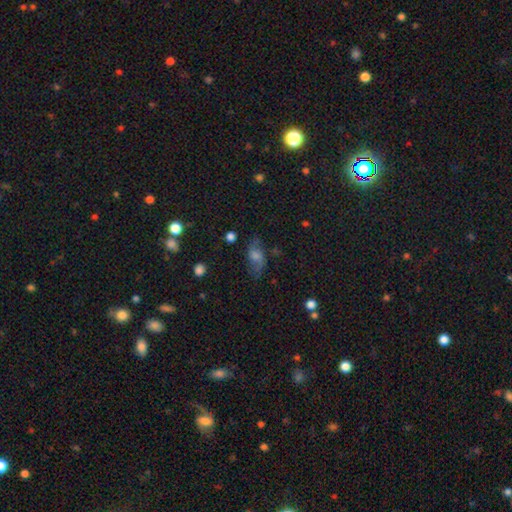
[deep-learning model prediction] Q: Smooth or featured?
A: featured or disk (44%); runner-up: smooth (38%)
Q: Merging?
A: none (69%); runner-up: minor disturbance (19%)